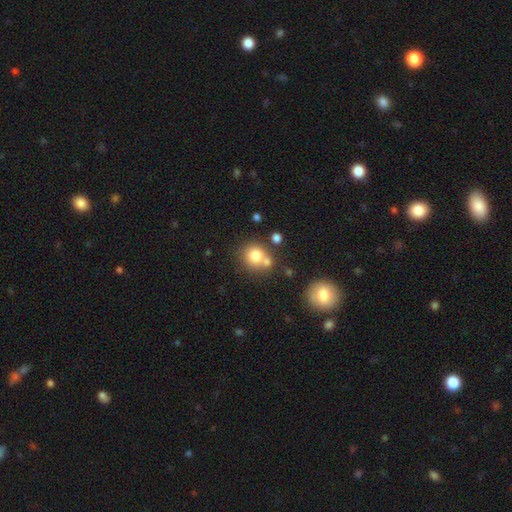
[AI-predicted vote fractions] Overall: smooth (76%). How rounded: round (84%). Merging: none (54%; merger 31%).